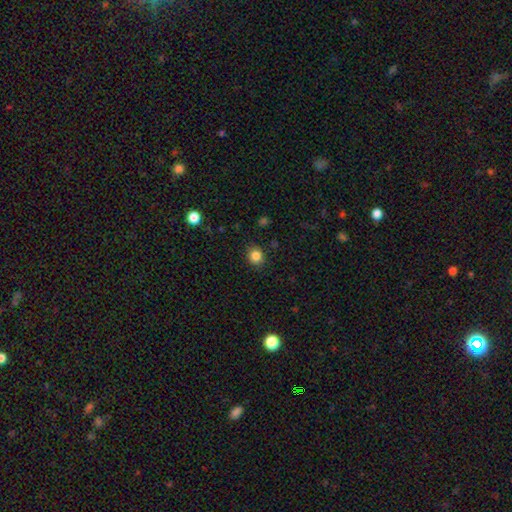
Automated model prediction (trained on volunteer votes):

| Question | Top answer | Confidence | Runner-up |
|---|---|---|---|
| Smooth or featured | smooth | 84% | star or artifact (11%) |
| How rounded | round | 76% | in between (23%) |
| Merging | none | 88% | minor disturbance (8%) |